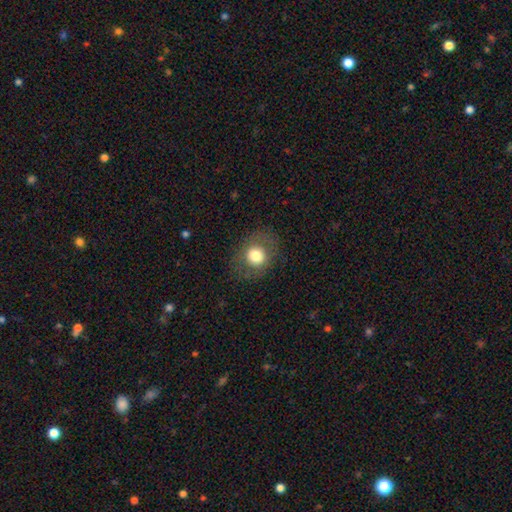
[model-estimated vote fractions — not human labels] Smooth or featured? smooth (73%)
How rounded? round (69%)
Merging? none (79%)